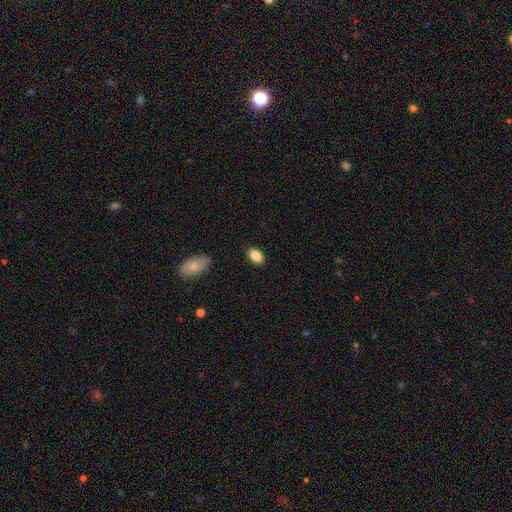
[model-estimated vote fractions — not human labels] This appears to be a smooth galaxy with no disk features (86%) that is in between round and cigar-shaped (91%). Merging: none (87%).